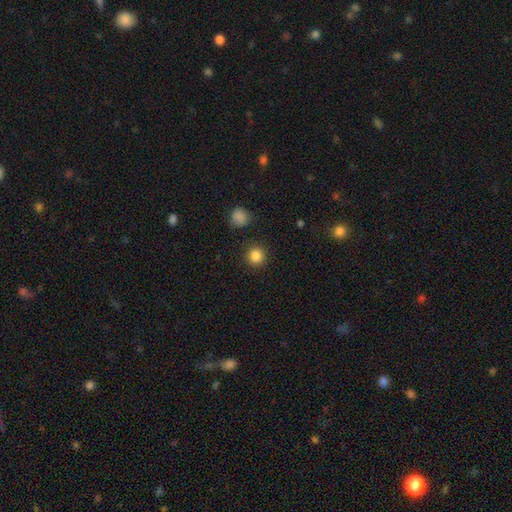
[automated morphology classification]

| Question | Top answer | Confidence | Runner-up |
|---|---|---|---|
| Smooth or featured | smooth | 85% | star or artifact (11%) |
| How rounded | round | 93% | in between (6%) |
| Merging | none | 90% | minor disturbance (6%) |